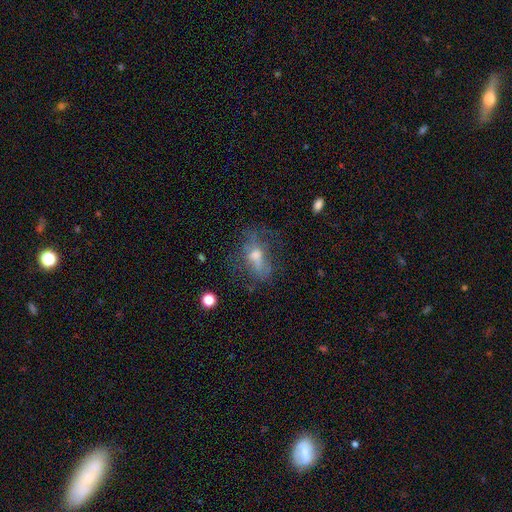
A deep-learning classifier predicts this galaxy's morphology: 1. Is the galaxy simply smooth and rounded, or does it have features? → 48% featured or disk, 36% smooth, 15% star or artifact.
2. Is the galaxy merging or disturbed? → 46% none, 28% major disturbance, 22% minor disturbance, 3% merger.